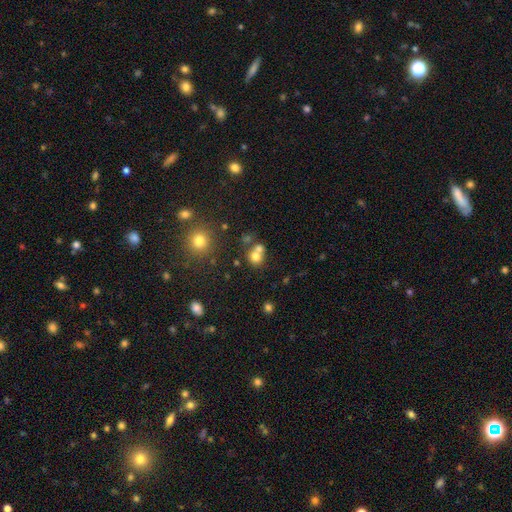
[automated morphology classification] A smooth galaxy with no disk features (72%) that is round (79%). Merging: merger (45%).